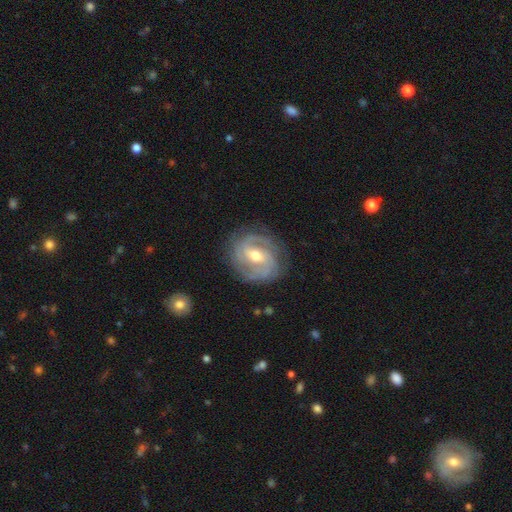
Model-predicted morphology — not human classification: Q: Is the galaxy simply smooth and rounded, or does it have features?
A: featured or disk — 88%.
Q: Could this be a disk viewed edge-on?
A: no — 97%.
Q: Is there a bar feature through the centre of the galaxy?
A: weak — 50%.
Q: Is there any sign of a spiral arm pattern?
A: yes — 95%.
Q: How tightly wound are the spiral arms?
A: tight — 58%.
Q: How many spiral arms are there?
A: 2 — 45%.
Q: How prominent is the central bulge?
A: moderate — 72%.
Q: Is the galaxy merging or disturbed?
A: none — 79%.